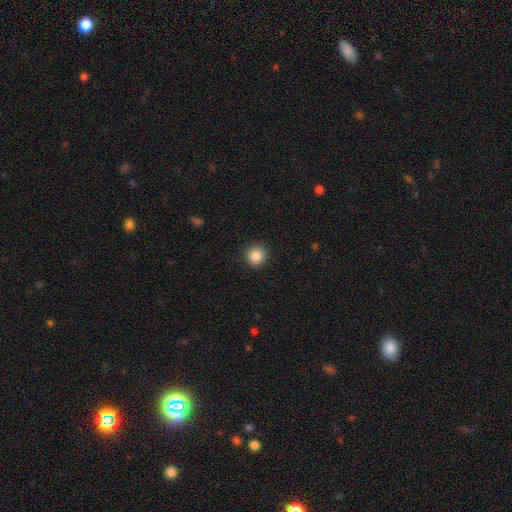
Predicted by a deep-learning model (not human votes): This is clearly a smooth galaxy (87%). How rounded: clearly round (92%). Merging: clearly none (90%).